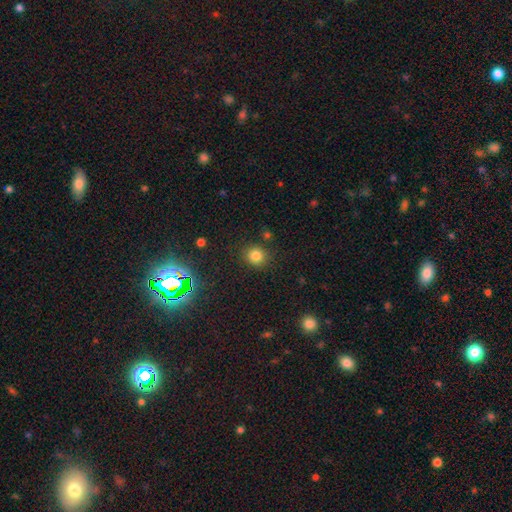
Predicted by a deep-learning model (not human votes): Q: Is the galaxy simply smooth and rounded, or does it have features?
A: smooth — 80%.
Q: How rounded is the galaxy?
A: round — 85%.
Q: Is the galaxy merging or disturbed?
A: none — 85%.